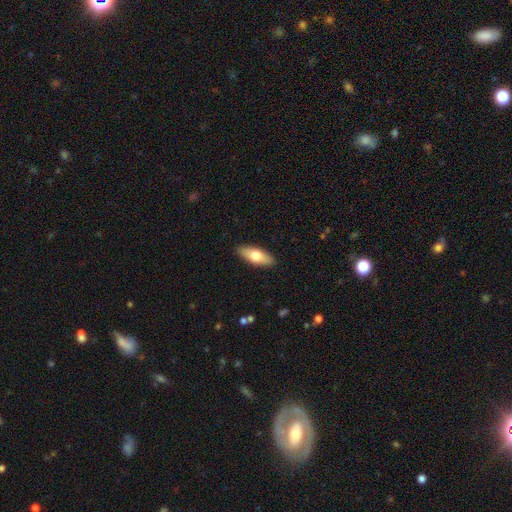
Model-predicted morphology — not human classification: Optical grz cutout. It shows a smooth galaxy with no disk features (69%) that is in between round and cigar-shaped (74%). Merging: none (90%).